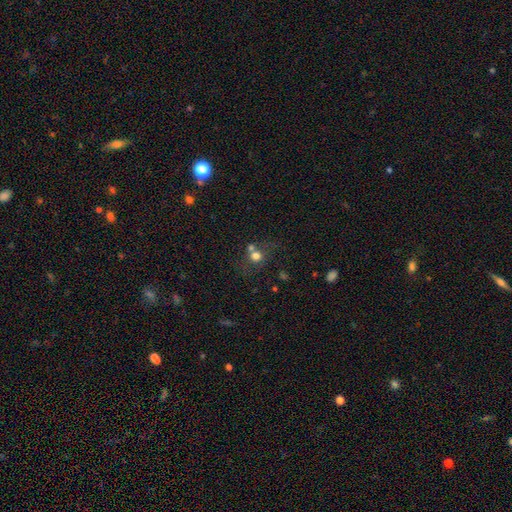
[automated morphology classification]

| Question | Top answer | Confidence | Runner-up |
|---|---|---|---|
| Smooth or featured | smooth | 69% | star or artifact (16%) |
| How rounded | round | 83% | in between (16%) |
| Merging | none | 47% | merger (35%) |